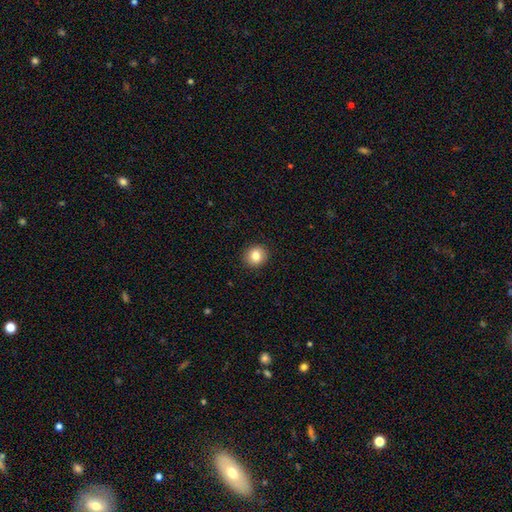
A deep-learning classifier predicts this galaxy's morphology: smooth 83%, star or artifact 10%, featured or disk 7%. Down the decision tree: how rounded — round (84%); merging — none (92%).